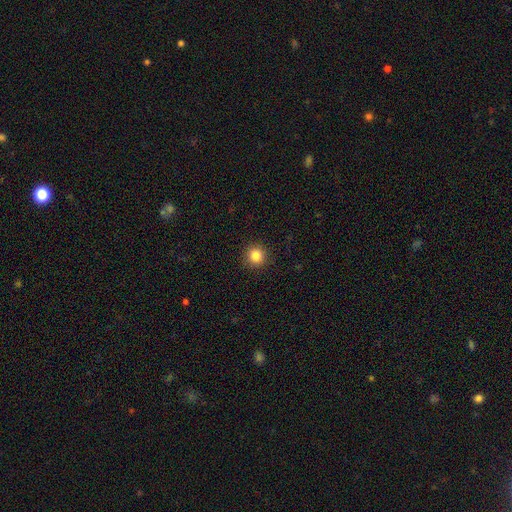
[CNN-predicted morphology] smooth_or_featured: smooth (p=0.85) [alt: star or artifact p=0.11]
how_rounded: round (p=0.94) [alt: in between p=0.05]
merging: none (p=0.92) [alt: minor disturbance p=0.05]